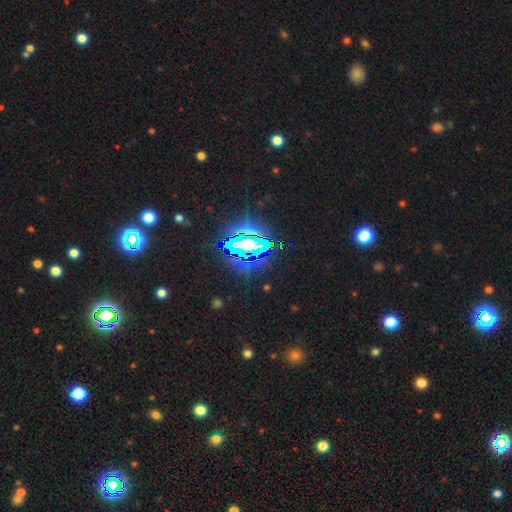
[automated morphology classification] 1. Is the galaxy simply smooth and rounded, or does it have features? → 76% star or artifact, 12% smooth, 12% featured or disk.